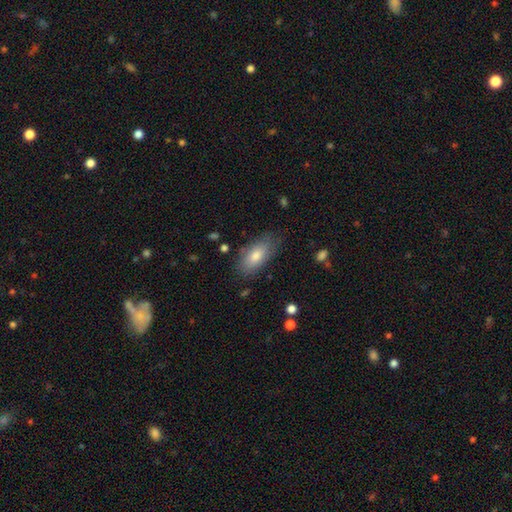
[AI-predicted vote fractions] Smooth or featured?
  - smooth: 77% *
  - featured or disk: 16%
  - star or artifact: 7%
How rounded?
  - in between: 89% *
  - cigar-shaped: 8%
  - round: 3%
Merging?
  - none: 78% *
  - minor disturbance: 17%
  - major disturbance: 4%
  - merger: 2%